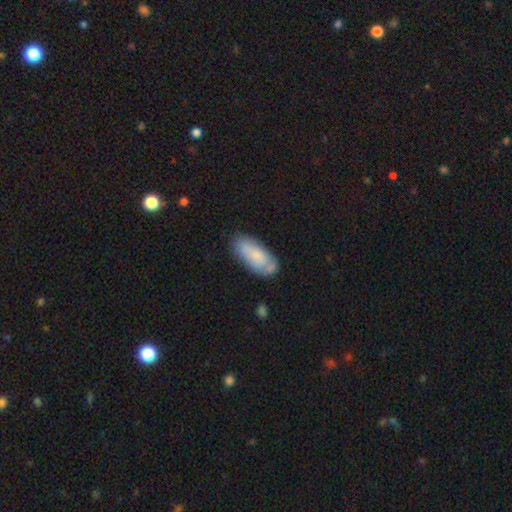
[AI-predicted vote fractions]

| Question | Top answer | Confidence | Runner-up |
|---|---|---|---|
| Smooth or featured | smooth | 69% | featured or disk (25%) |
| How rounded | in between | 85% | cigar-shaped (13%) |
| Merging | none | 64% | minor disturbance (23%) |